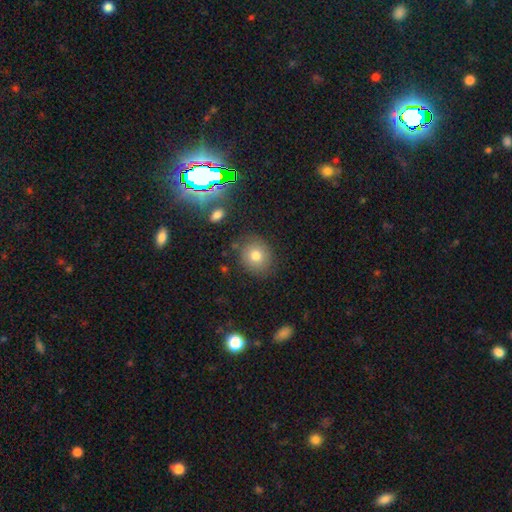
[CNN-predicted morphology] smooth 76%, featured or disk 12%, star or artifact 12%. Down the decision tree: how rounded — round (77%); merging — none (82%).